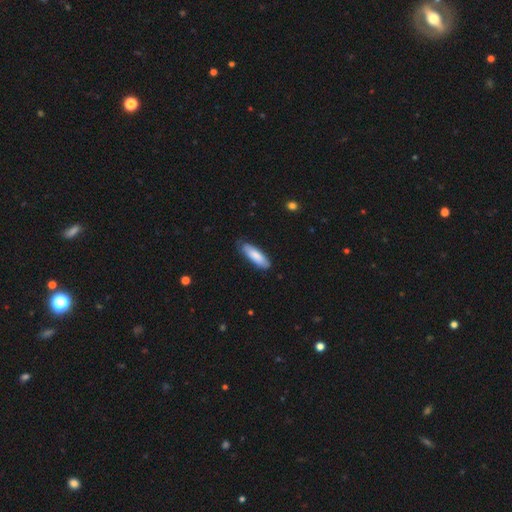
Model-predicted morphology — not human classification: Smooth or featured? Predicted: smooth (p=0.79). How rounded? Predicted: cigar-shaped (p=0.50). Merging? Predicted: none (p=0.75).